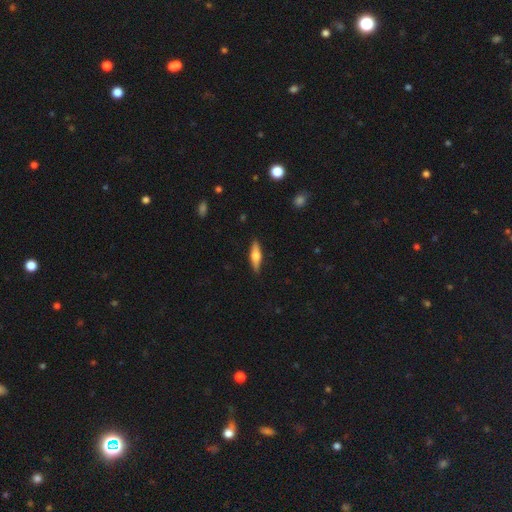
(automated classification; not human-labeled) A smooth galaxy with no disk features (49%).

Vote fractions:
- Smooth or featured? smooth: 49% / featured or disk: 45% / star or artifact: 6%
- Merging? none: 88% / minor disturbance: 9% / major disturbance: 2% / merger: 1%